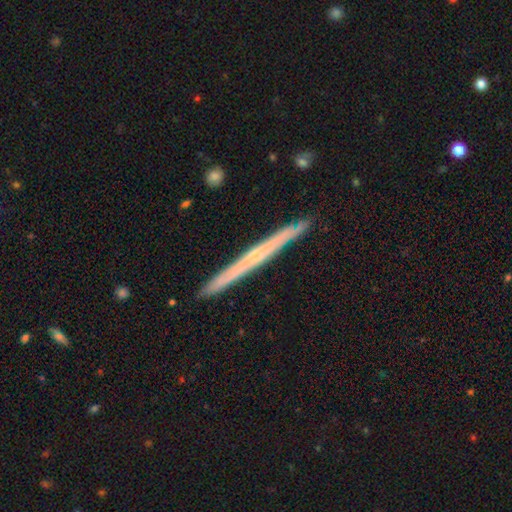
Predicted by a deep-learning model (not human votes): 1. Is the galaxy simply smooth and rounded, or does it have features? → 68% featured or disk, 26% smooth, 6% star or artifact.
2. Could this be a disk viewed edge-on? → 97% yes, 3% no.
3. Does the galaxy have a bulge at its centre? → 55% none, 41% rounded, 4% boxy.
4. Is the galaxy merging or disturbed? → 92% none, 6% minor disturbance, 1% major disturbance, 1% merger.